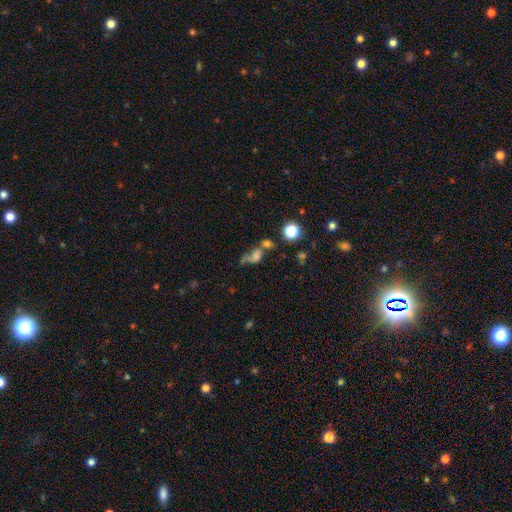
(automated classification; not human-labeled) This is possibly a smooth galaxy (55%). How rounded: possibly in between (58%). Merging: marginally merger (41%).